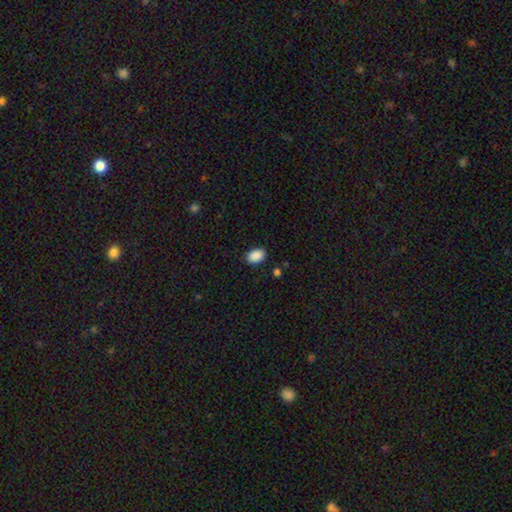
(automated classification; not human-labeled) smooth-or-featured: smooth: 90% | star or artifact: 8% | featured or disk: 3%
  how-rounded: in between: 85% | round: 14% | cigar-shaped: 1%
  merging: none: 85% | minor disturbance: 11% | major disturbance: 2% | merger: 1%